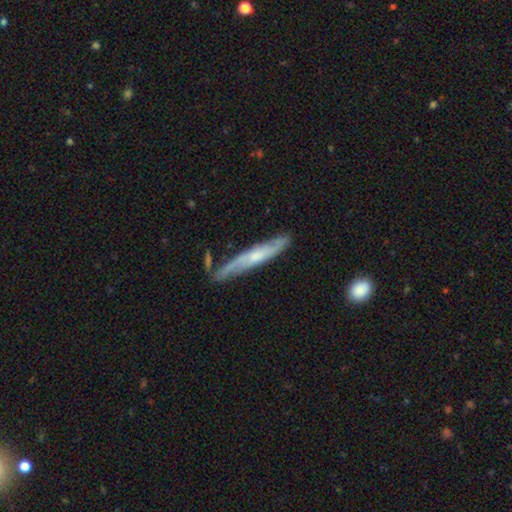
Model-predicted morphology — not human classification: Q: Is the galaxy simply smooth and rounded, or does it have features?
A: featured or disk — 61%.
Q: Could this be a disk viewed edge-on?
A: yes — 72%.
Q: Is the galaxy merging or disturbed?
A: none — 73%.